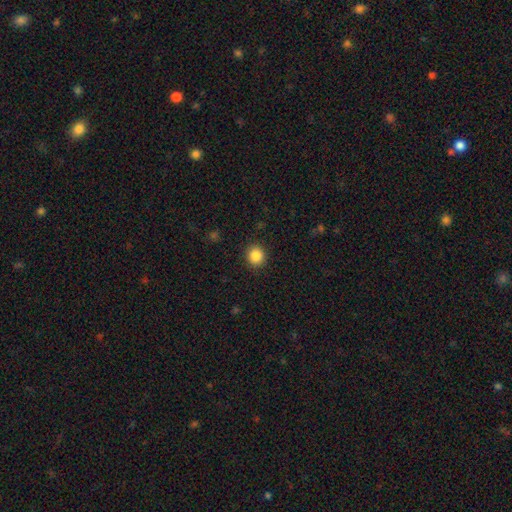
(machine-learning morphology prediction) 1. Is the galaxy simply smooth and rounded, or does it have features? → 86% smooth, 10% star or artifact, 4% featured or disk.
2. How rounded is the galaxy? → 87% round, 12% in between, 1% cigar-shaped.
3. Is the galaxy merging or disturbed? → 91% none, 6% minor disturbance, 2% major disturbance, 1% merger.